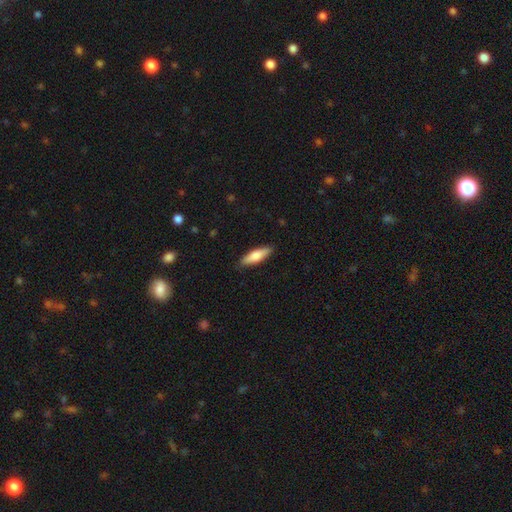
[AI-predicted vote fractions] This appears to be a smooth galaxy with no disk features (74%) that is cigar-shaped (57%). Merging: none (87%).